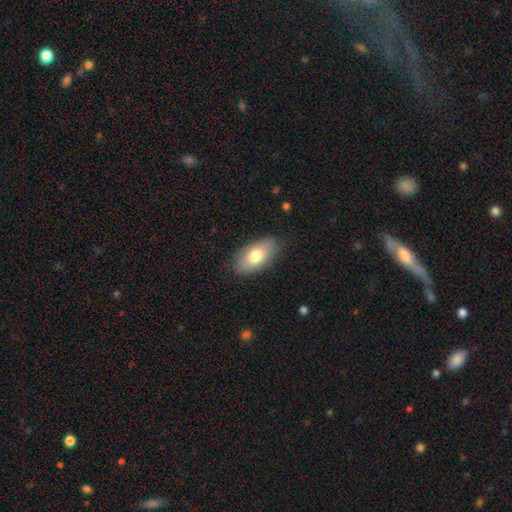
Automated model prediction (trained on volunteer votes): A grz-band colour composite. It shows a smooth galaxy with no disk features (75%) that is in between round and cigar-shaped (92%). Merging: none (83%).